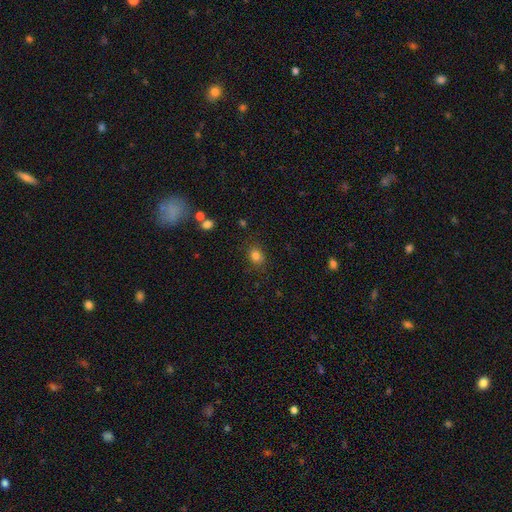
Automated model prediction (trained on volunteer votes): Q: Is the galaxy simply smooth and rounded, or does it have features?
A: smooth — 82%.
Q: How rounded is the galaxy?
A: round — 58%.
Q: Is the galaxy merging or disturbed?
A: none — 81%.